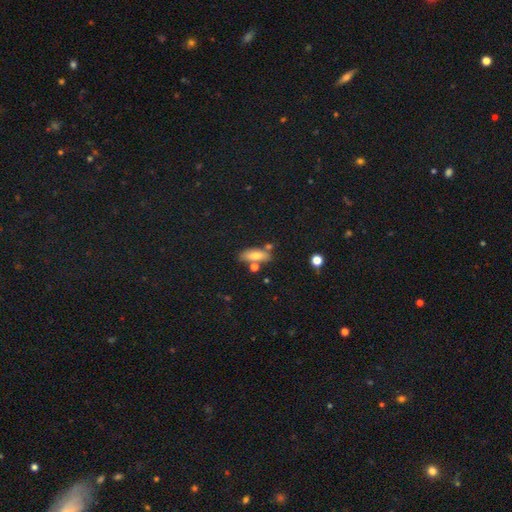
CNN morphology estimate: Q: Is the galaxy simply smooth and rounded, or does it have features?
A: smooth — 73%.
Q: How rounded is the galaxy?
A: in between — 65%.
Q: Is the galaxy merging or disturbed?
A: none — 67%.